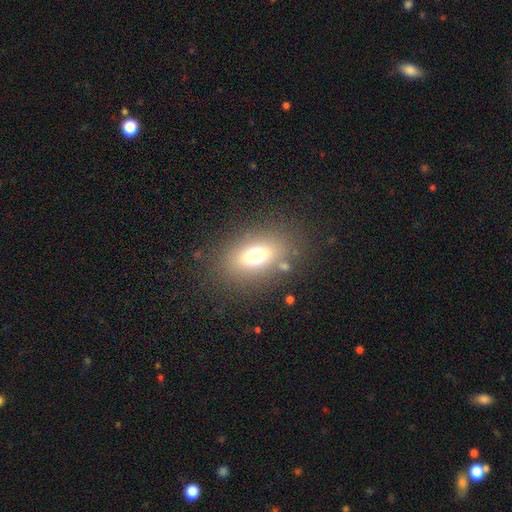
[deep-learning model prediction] Smooth or featured: smooth — 67% (featured or disk — 19%)
How rounded: in between — 78% (round — 16%)
Merging: none — 80% (minor disturbance — 11%)